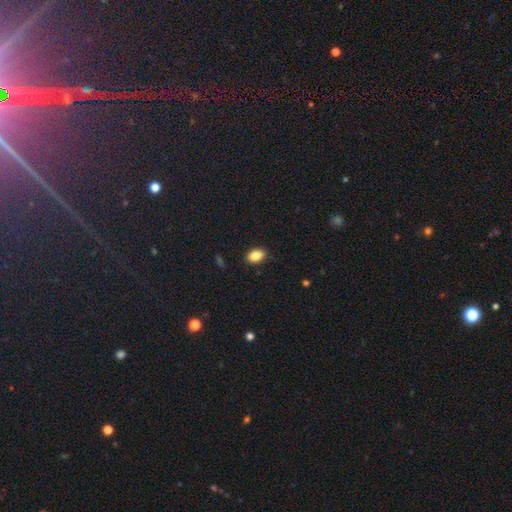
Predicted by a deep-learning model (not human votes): This is clearly a smooth galaxy (86%). How rounded: clearly in between (85%). Merging: clearly none (87%).